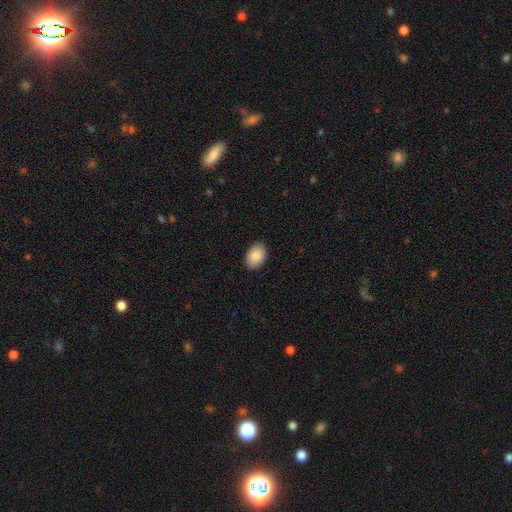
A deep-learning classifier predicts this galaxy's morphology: Smooth or featured? Predicted: smooth (p=0.89). How rounded? Predicted: in between (p=0.87). Merging? Predicted: none (p=0.89).